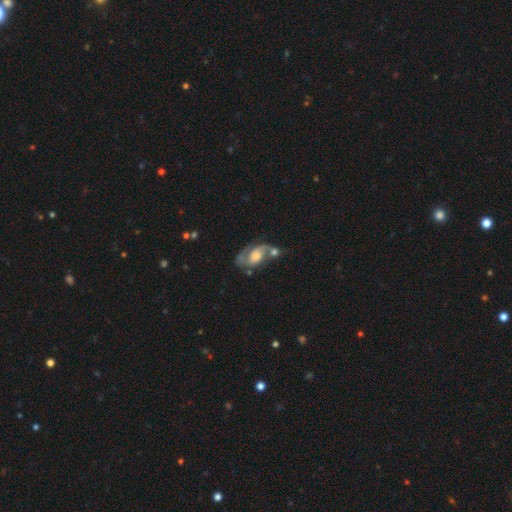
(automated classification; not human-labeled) smooth_or_featured: featured or disk (p=0.75) [alt: smooth p=0.18]
disk_edge_on: no (p=0.96) [alt: yes p=0.04]
bar: no (p=0.64) [alt: weak p=0.29]
has_spiral_arms: yes (p=0.89) [alt: no p=0.11]
spiral_winding: medium (p=0.47) [alt: loose p=0.29]
spiral_arm_count: 2 (p=0.74) [alt: 1 p=0.15]
bulge_size: moderate (p=0.36) [alt: large p=0.29]
merging: none (p=0.35) [alt: merger p=0.28]